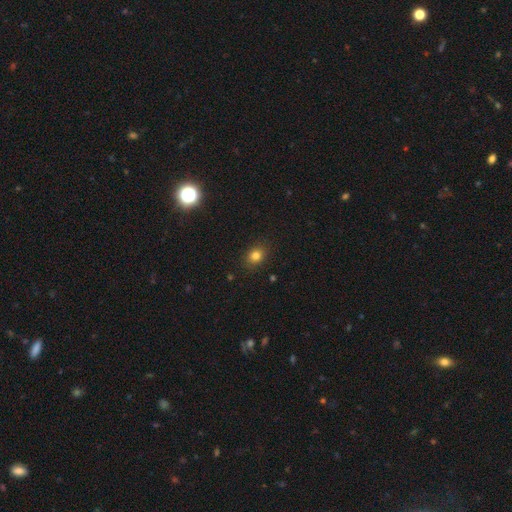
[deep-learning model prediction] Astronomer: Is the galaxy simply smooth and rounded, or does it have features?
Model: smooth — 81%.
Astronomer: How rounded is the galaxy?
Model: round — 52% (runner-up: in between, 47%).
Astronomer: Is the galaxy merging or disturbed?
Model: none — 88%.